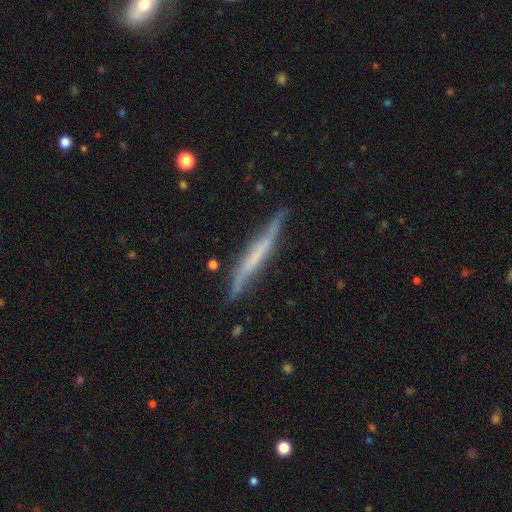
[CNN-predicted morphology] This is possibly a featured or disk galaxy (60%). It is clearly viewed edge-on (92%). Edge-on bulge: likely none (69%). Merging: likely none (76%).